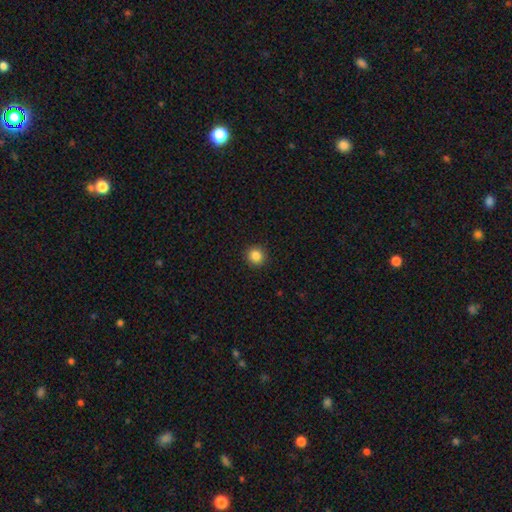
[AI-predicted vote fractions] Smooth or featured? smooth (86%)
How rounded? round (94%)
Merging? none (92%)